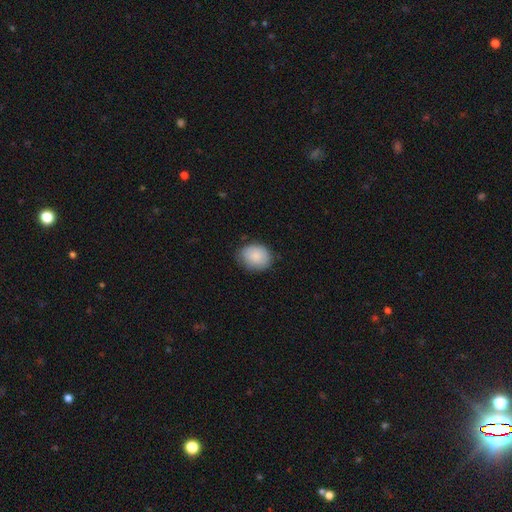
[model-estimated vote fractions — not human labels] The model was most divided on "how rounded": round: 52%, in between: 47%, cigar-shaped: 1%. More confident: smooth or featured — smooth (84%); merging — none (73%).